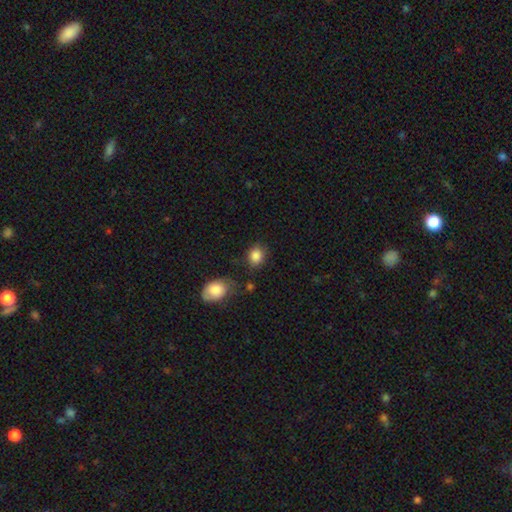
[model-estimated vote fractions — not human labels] The model was most divided on "how rounded": round: 55%, in between: 44%, cigar-shaped: 1%. More confident: smooth or featured — smooth (86%); merging — none (75%).